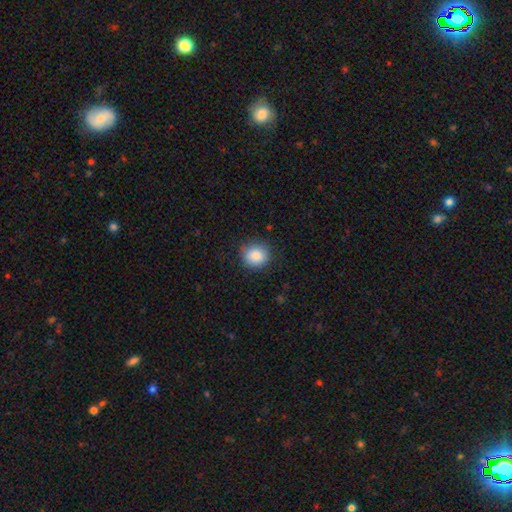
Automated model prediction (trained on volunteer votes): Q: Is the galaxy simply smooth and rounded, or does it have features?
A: smooth — 88%.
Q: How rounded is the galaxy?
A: round — 84%.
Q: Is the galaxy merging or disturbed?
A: none — 83%.